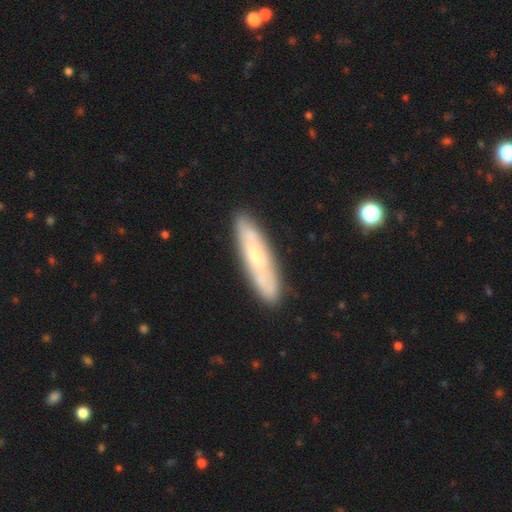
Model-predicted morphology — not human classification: Q: Smooth or featured?
A: featured or disk (47%); tied with: smooth (47%)
Q: Merging?
A: none (83%); runner-up: minor disturbance (12%)